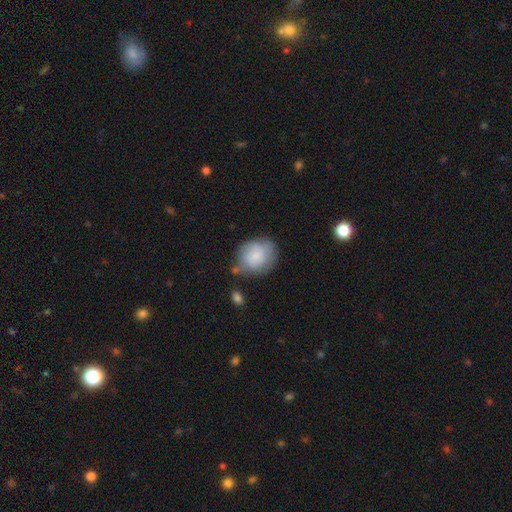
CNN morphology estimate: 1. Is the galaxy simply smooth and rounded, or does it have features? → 76% smooth, 18% featured or disk, 7% star or artifact.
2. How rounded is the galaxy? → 64% round, 35% in between, 1% cigar-shaped.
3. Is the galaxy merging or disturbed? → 56% none, 27% minor disturbance, 9% major disturbance, 7% merger.